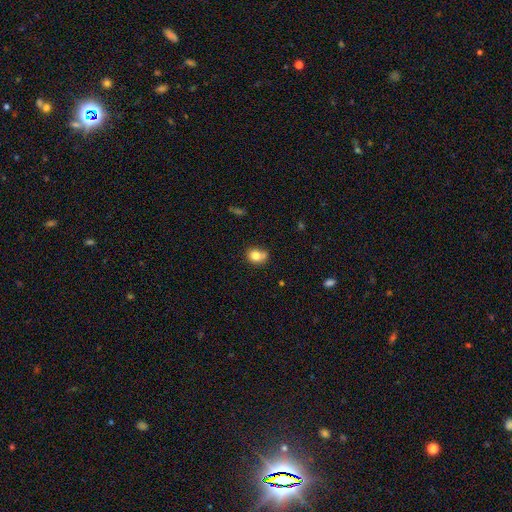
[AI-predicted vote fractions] A smooth galaxy with no disk features (78%) that is round (65%). Merging: none (53%).